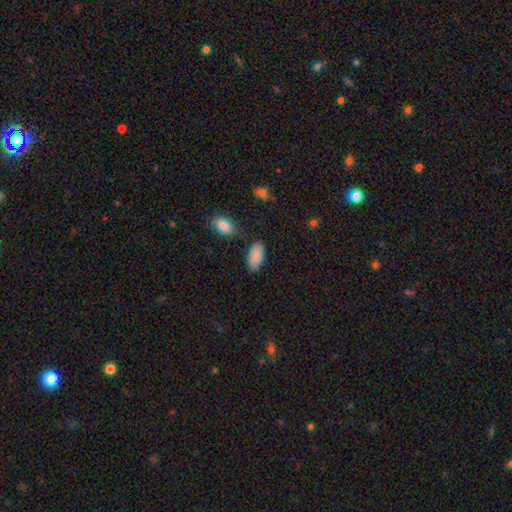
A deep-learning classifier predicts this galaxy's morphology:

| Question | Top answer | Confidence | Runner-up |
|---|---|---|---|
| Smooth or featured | smooth | 89% | star or artifact (7%) |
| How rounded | in between | 94% | cigar-shaped (4%) |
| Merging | none | 81% | minor disturbance (13%) |